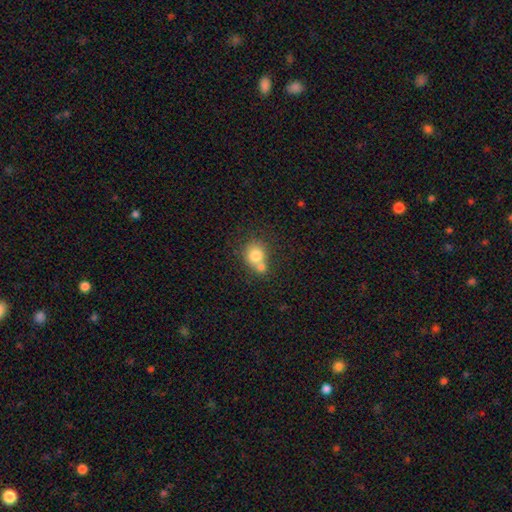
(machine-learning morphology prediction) type=smooth (78%); roundness=round (77%); merging=merger (49%).